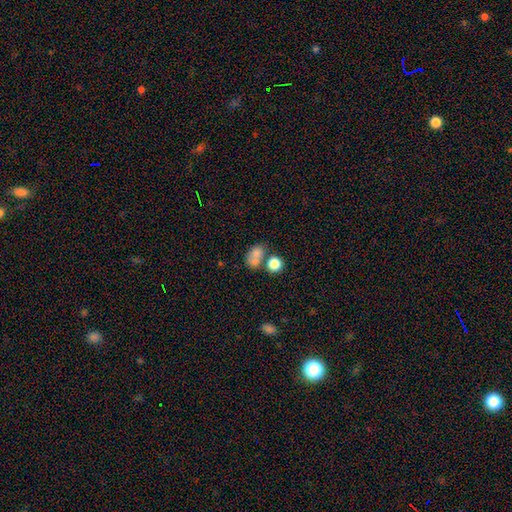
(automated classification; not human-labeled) smooth_or_featured: smooth (p=0.75) [alt: featured or disk p=0.14]
how_rounded: in between (p=0.56) [alt: round p=0.43]
merging: merger (p=0.42) [alt: none p=0.37]